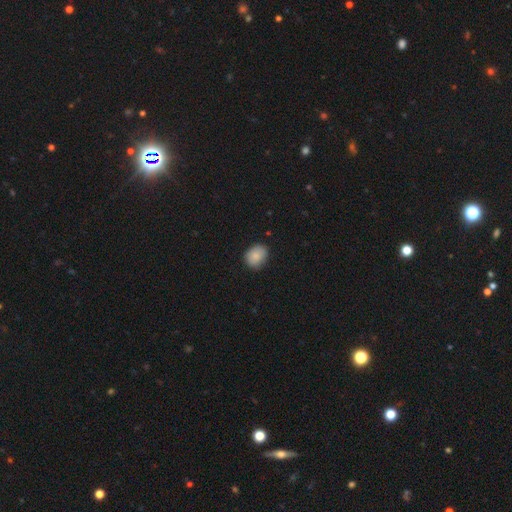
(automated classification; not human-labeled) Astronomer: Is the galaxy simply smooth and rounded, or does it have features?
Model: smooth — 86%.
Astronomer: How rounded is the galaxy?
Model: in between — 52% (runner-up: round, 47%).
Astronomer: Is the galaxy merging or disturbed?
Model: none — 81%.